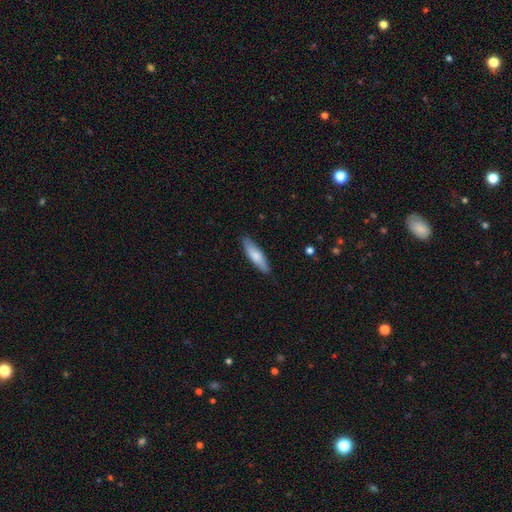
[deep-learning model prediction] A smooth galaxy with no disk features (74%) that is cigar-shaped (66%). Merging: none (86%).